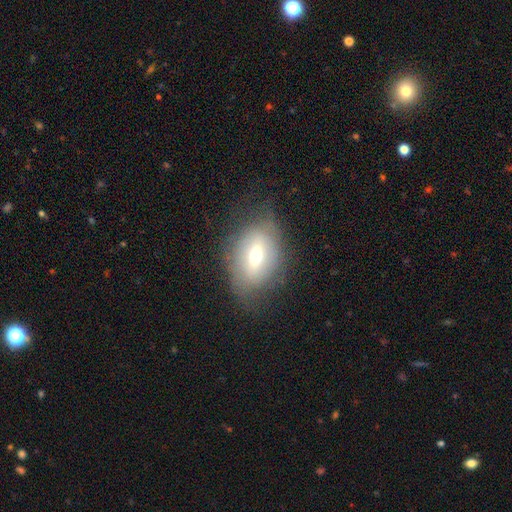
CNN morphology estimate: smooth-or-featured: smooth: 46% | featured or disk: 44% | star or artifact: 10%
  merging: none: 72% | minor disturbance: 19% | major disturbance: 7% | merger: 1%